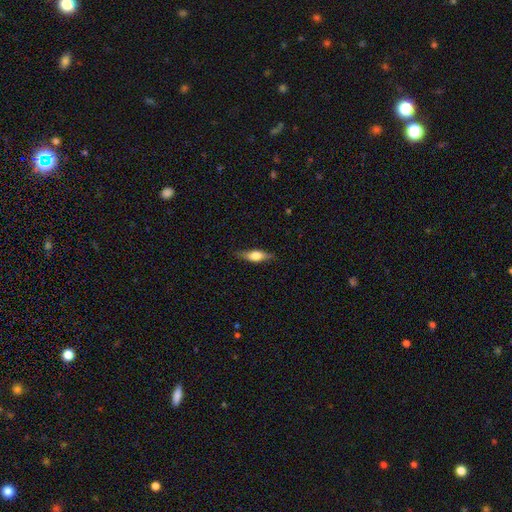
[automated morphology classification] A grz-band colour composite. It shows a smooth galaxy with no disk features (57%) that is in between round and cigar-shaped (50%). Merging: none (82%).